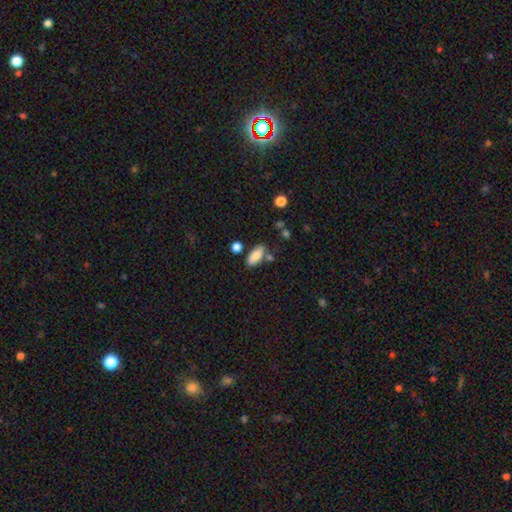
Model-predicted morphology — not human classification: Smooth or featured?
  - smooth: 83% *
  - featured or disk: 10%
  - star or artifact: 7%
How rounded?
  - in between: 84% *
  - cigar-shaped: 14%
  - round: 3%
Merging?
  - none: 74% *
  - minor disturbance: 14%
  - merger: 8%
  - major disturbance: 3%